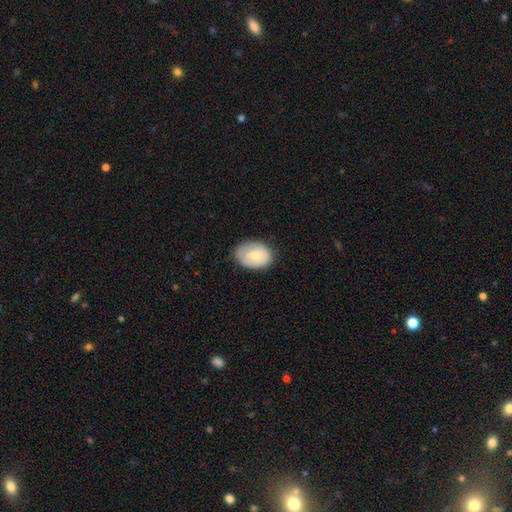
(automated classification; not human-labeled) Smooth or featured: smooth — 71% (featured or disk — 23%)
How rounded: in between — 77% (round — 22%)
Merging: none — 71% (minor disturbance — 23%)